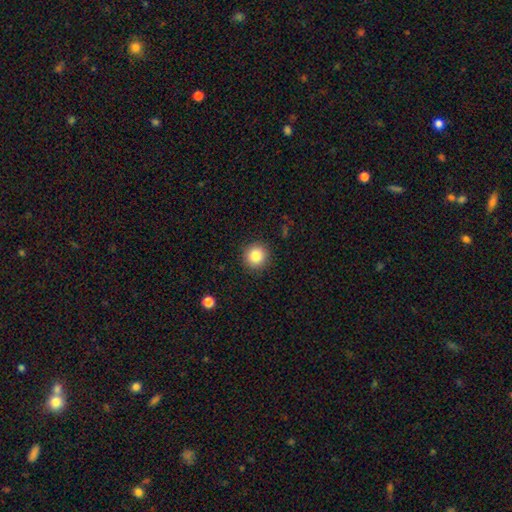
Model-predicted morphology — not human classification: A smooth galaxy with no disk features (85%) that is round (93%). Merging: none (91%).